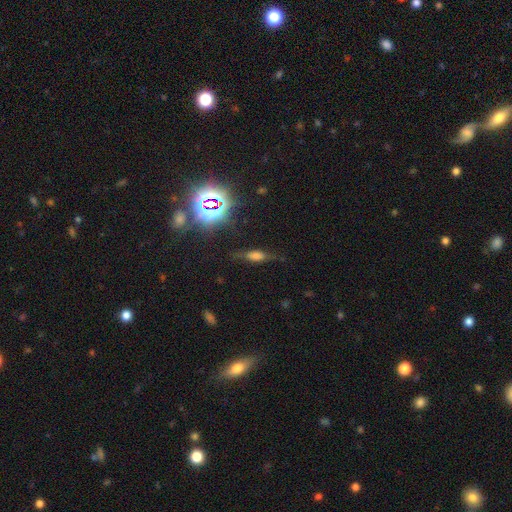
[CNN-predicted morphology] This appears to be a smooth galaxy with no disk features (43%). Merging: none (68%).